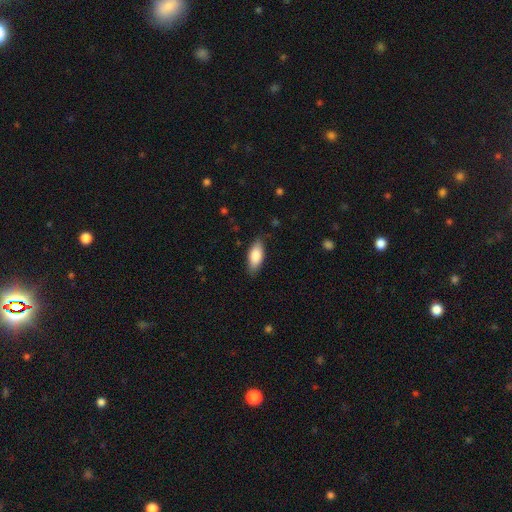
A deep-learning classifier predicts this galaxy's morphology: Smooth or featured? smooth (84%)
How rounded? in between (84%)
Merging? none (83%)